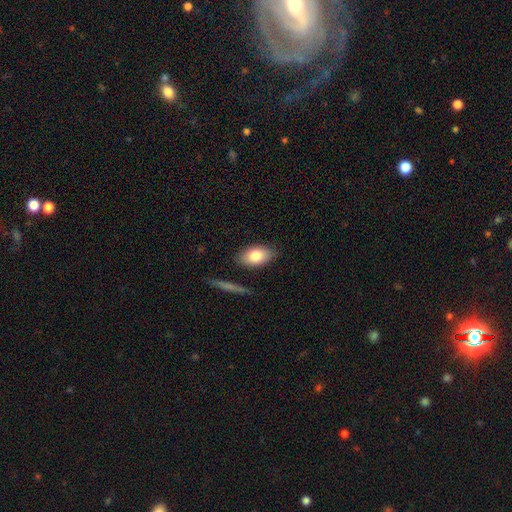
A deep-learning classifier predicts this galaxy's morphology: This appears to be a smooth galaxy with no disk features (80%) that is in between round and cigar-shaped (91%). Merging: none (82%).